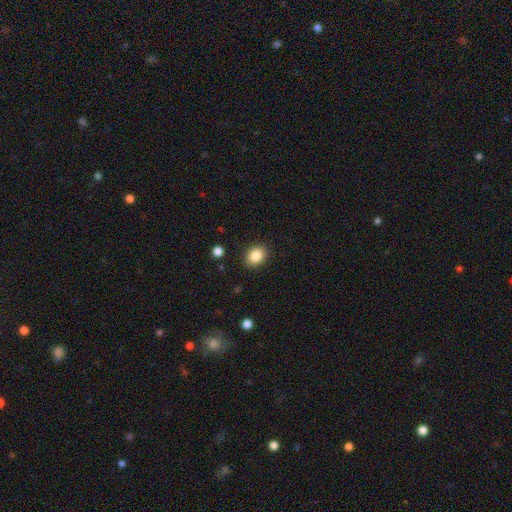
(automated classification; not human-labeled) smooth_or_featured: smooth (p=0.86) [alt: star or artifact p=0.09]
how_rounded: in between (p=0.59) [alt: round p=0.40]
merging: none (p=0.88) [alt: minor disturbance p=0.08]